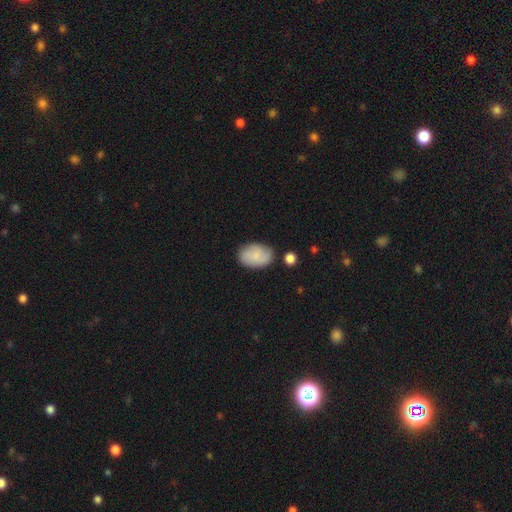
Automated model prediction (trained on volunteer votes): Overall: smooth (78%). How rounded: in between (90%). Merging: none (75%).